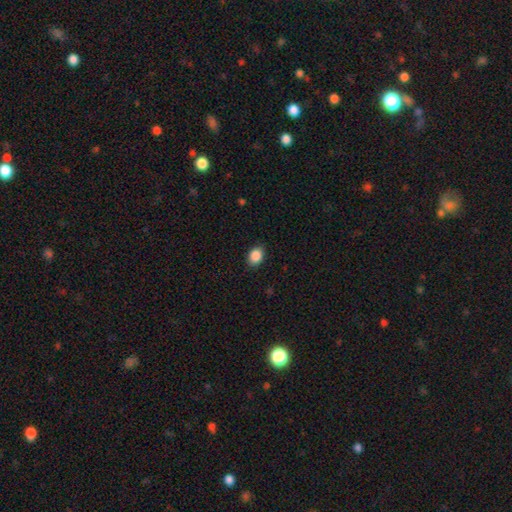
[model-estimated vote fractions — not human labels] Smooth or featured? Predicted: smooth (p=0.88). How rounded? Predicted: in between (p=0.61). Merging? Predicted: none (p=0.87).